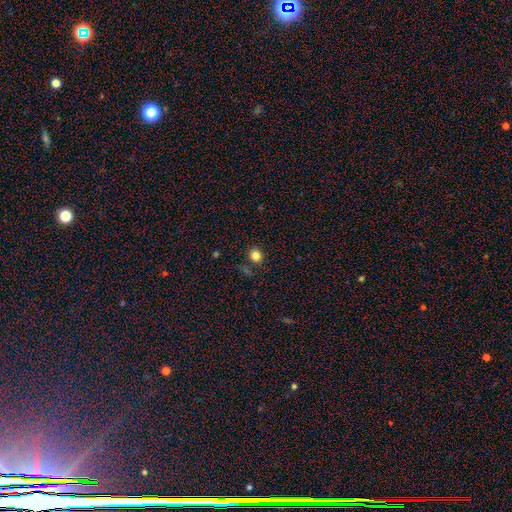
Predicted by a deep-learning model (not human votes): A smooth galaxy with no disk features (82%) that is round (76%).

Vote fractions:
- Smooth or featured? smooth: 82% / star or artifact: 13% / featured or disk: 5%
- How rounded? round: 76% / in between: 23% / cigar-shaped: 1%
- Merging? none: 84% / minor disturbance: 9% / merger: 3% / major disturbance: 3%